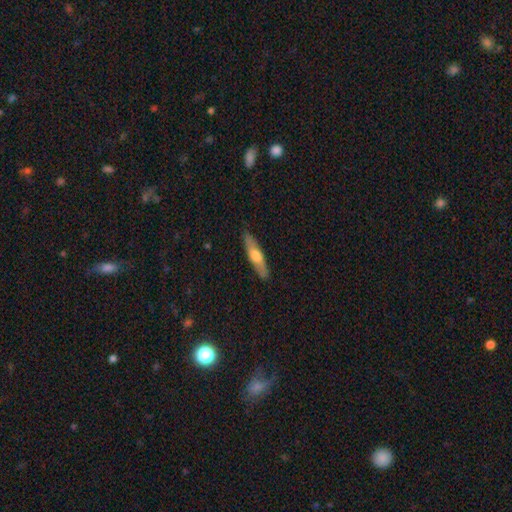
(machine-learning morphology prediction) smooth_or_featured: smooth (p=0.53) [alt: featured or disk p=0.41]
how_rounded: cigar-shaped (p=0.77) [alt: in between p=0.21]
merging: none (p=0.88) [alt: minor disturbance p=0.09]